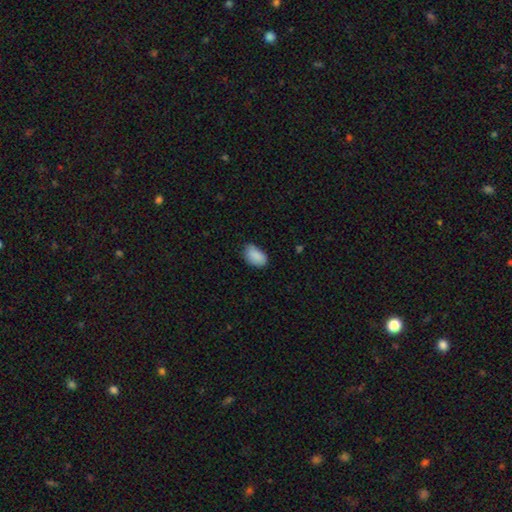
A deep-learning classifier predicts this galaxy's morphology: This appears to be a smooth galaxy with no disk features (88%) that is in between round and cigar-shaped (91%). Merging: none (68%).